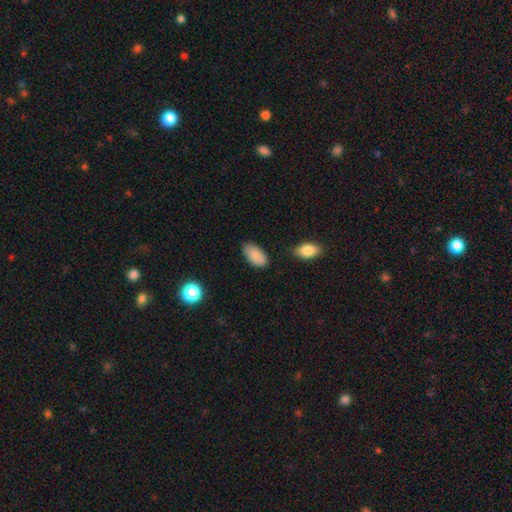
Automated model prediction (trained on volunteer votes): Q: Smooth or featured?
A: smooth (88%); runner-up: star or artifact (7%)
Q: How rounded?
A: in between (95%); runner-up: round (3%)
Q: Merging?
A: none (78%); runner-up: minor disturbance (16%)